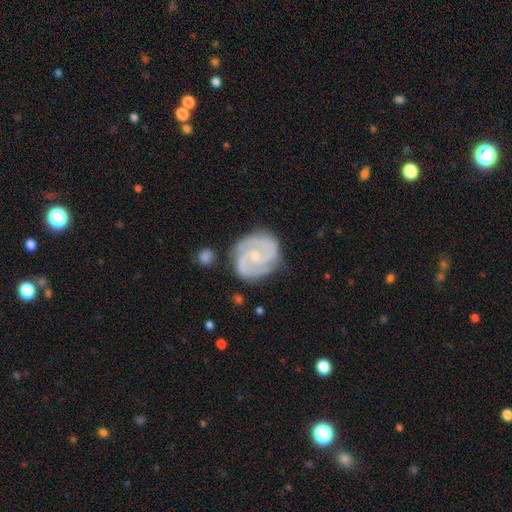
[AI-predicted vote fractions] Q: Smooth or featured?
A: featured or disk (86%); runner-up: smooth (9%)
Q: Edge-on disk?
A: no (98%); runner-up: yes (2%)
Q: Bar?
A: no (60%); runner-up: weak (32%)
Q: Spiral arms?
A: yes (97%); runner-up: no (3%)
Q: Spiral winding?
A: tight (51%); runner-up: medium (41%)
Q: Spiral arm count?
A: 2 (66%); runner-up: 3 (18%)
Q: Bulge size?
A: small (67%); runner-up: moderate (28%)
Q: Merging?
A: none (76%); runner-up: minor disturbance (17%)